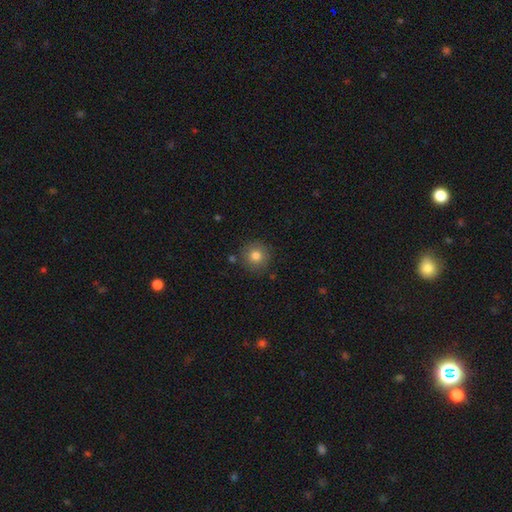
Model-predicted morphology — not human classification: Smooth or featured?
  - smooth: 82% *
  - star or artifact: 10%
  - featured or disk: 8%
How rounded?
  - round: 93% *
  - in between: 6%
  - cigar-shaped: 1%
Merging?
  - none: 86% *
  - minor disturbance: 9%
  - merger: 3%
  - major disturbance: 3%